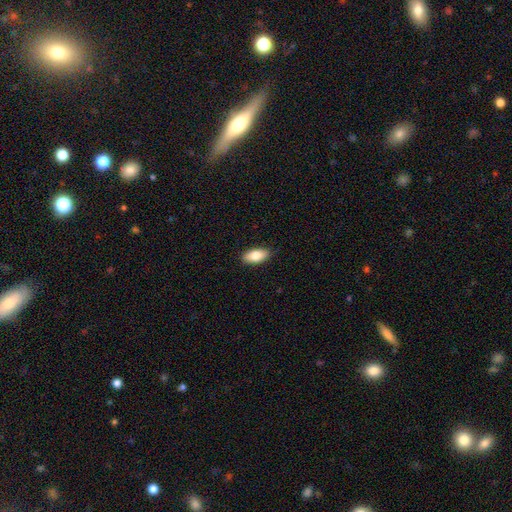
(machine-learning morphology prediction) smooth 84%, featured or disk 10%, star or artifact 6%. Down the decision tree: how rounded — in between (90%); merging — none (88%).